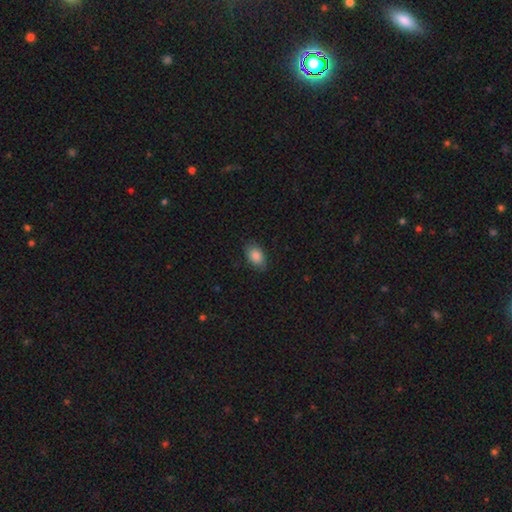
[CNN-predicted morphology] The model was most divided on "merging": none: 82%, minor disturbance: 14%, major disturbance: 3%, merger: 1%. More confident: how rounded — in between (88%); smooth or featured — smooth (87%).